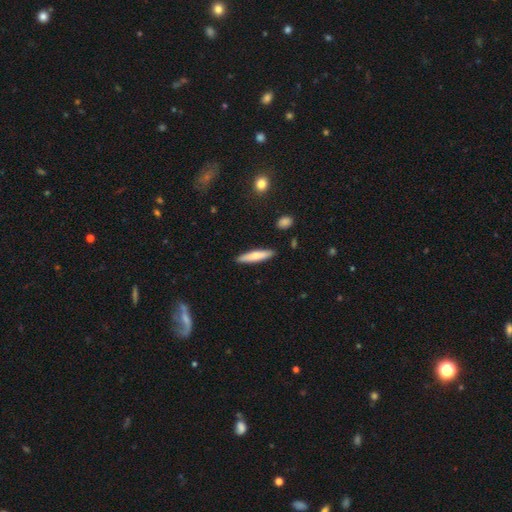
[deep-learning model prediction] Smooth or featured? smooth (70%)
How rounded? cigar-shaped (84%)
Merging? none (89%)